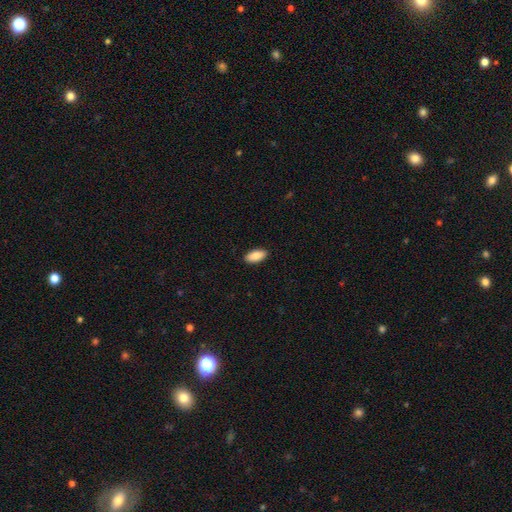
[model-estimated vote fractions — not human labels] Smooth or featured? smooth (88%)
How rounded? in between (91%)
Merging? none (90%)